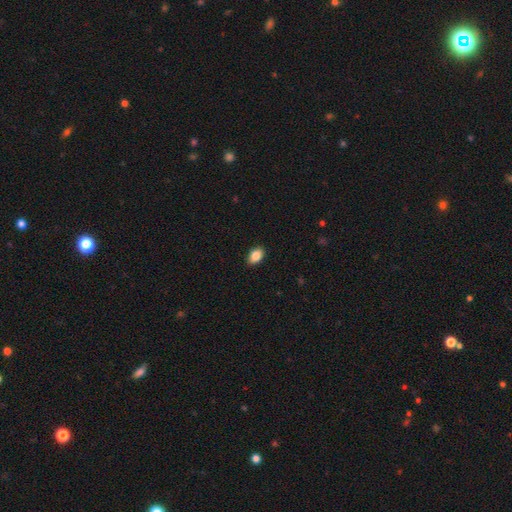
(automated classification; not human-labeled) Smooth or featured? Predicted: smooth (p=0.87). How rounded? Predicted: in between (p=0.87). Merging? Predicted: none (p=0.90).